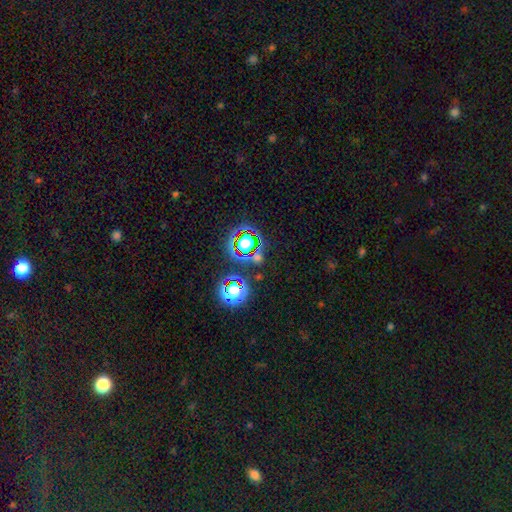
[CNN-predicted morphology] Smooth or featured? Predicted: star or artifact (p=0.70).